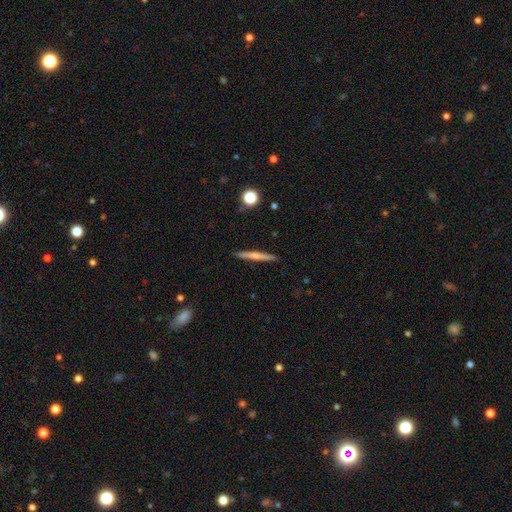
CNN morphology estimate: Smooth or featured: smooth — 51% (featured or disk — 42%)
How rounded: cigar-shaped — 95% (in between — 3%)
Merging: none — 91% (minor disturbance — 6%)